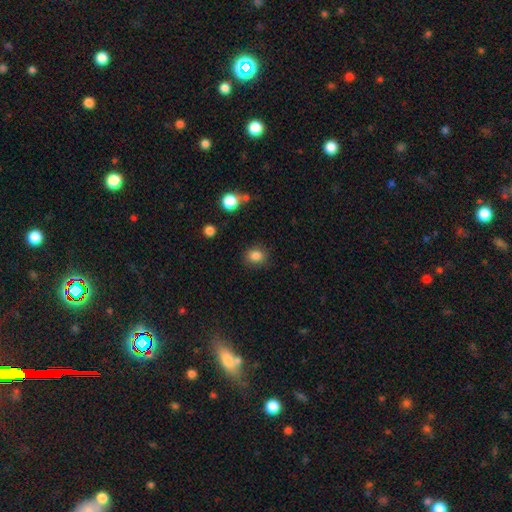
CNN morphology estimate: smooth-or-featured: smooth: 85% | star or artifact: 11% | featured or disk: 4%
  how-rounded: round: 64% | in between: 35% | cigar-shaped: 1%
  merging: none: 84% | minor disturbance: 11% | major disturbance: 3% | merger: 2%